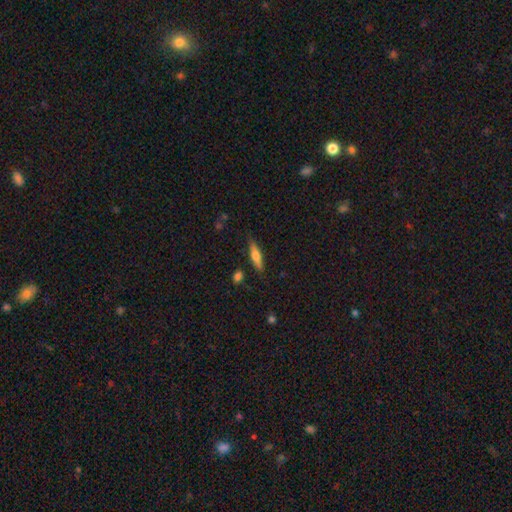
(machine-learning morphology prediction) This is possibly a smooth galaxy (52%). How rounded: likely cigar-shaped (70%). Merging: clearly none (81%).